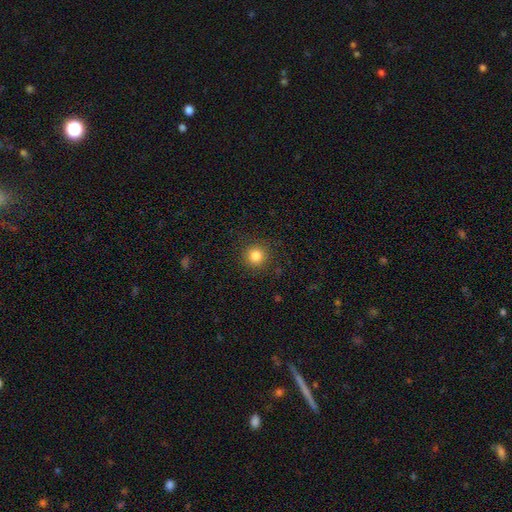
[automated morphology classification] Overall: smooth (83%). How rounded: round (93%). Merging: none (90%).